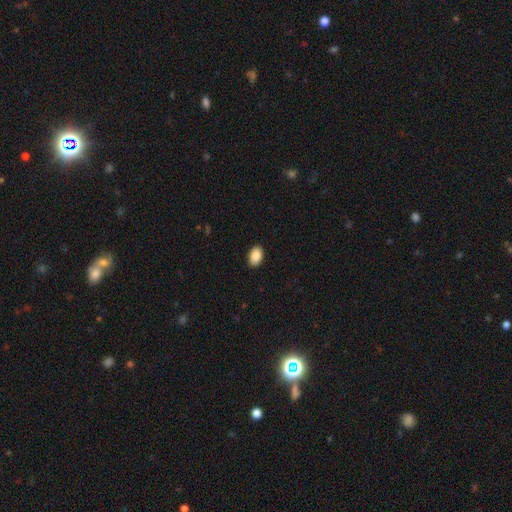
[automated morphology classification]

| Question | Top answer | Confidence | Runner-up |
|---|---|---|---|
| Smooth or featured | smooth | 89% | star or artifact (7%) |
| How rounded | in between | 89% | round (10%) |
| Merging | none | 90% | minor disturbance (7%) |